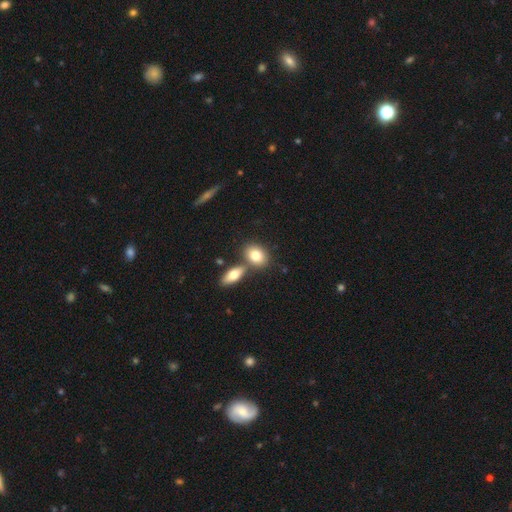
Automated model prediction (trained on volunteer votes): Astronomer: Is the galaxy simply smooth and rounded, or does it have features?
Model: smooth — 80%.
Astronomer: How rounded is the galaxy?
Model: in between — 73%.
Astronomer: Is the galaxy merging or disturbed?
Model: none — 57%.